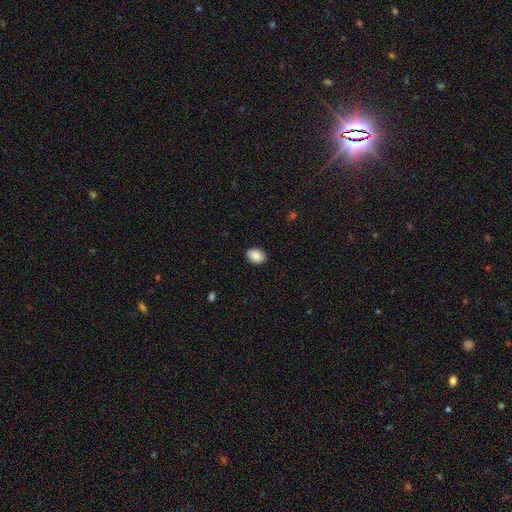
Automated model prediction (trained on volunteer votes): Smooth or featured?
  - smooth: 88% *
  - star or artifact: 7%
  - featured or disk: 5%
How rounded?
  - in between: 75% *
  - round: 24%
  - cigar-shaped: 1%
Merging?
  - none: 89% *
  - minor disturbance: 8%
  - major disturbance: 2%
  - merger: 1%